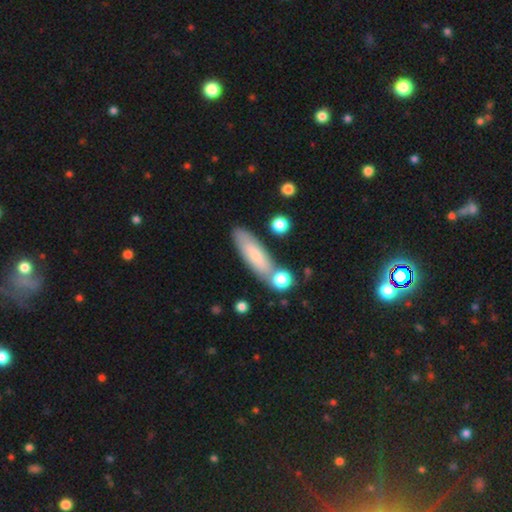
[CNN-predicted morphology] Overall: smooth (72%). How rounded: cigar-shaped (56%; in between 42%). Merging: none (70%).